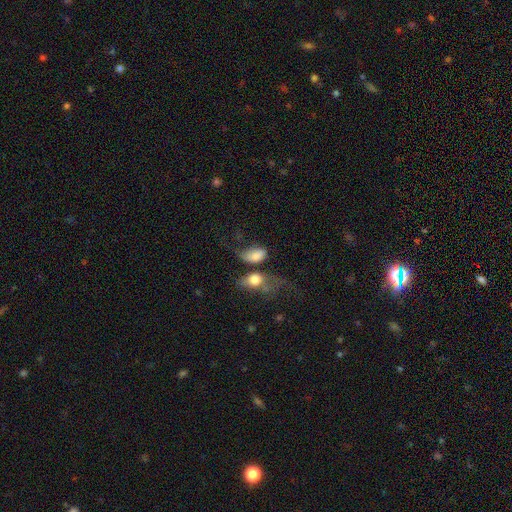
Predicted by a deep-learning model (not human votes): Smooth or featured? smooth (76%)
How rounded? in between (88%)
Merging? merger (36%)